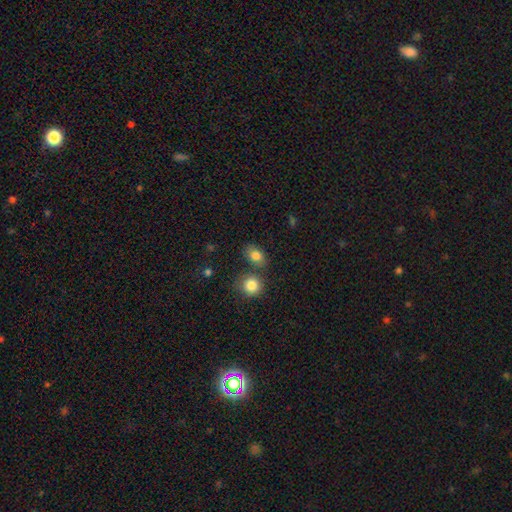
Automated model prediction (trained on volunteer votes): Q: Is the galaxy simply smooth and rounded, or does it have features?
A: smooth — 83%.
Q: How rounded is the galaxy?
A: in between — 70%.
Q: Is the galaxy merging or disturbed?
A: none — 66%.